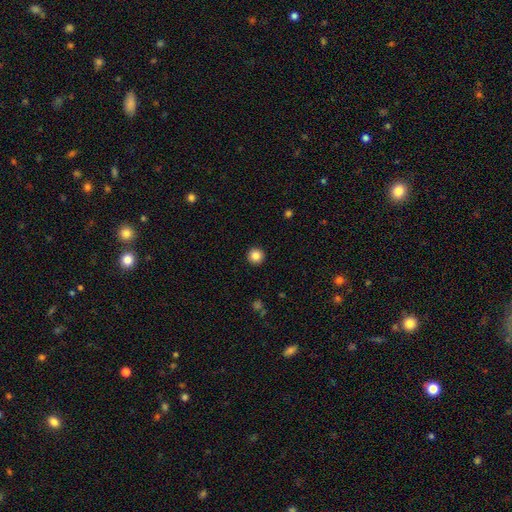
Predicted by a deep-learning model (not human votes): A smooth galaxy with no disk features (85%) that is round (96%). Merging: none (93%).